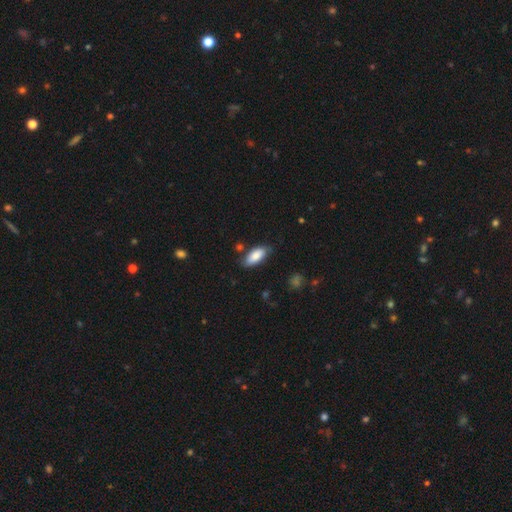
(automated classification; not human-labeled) Smooth or featured? Predicted: smooth (p=0.84). How rounded? Predicted: in between (p=0.85). Merging? Predicted: none (p=0.75).